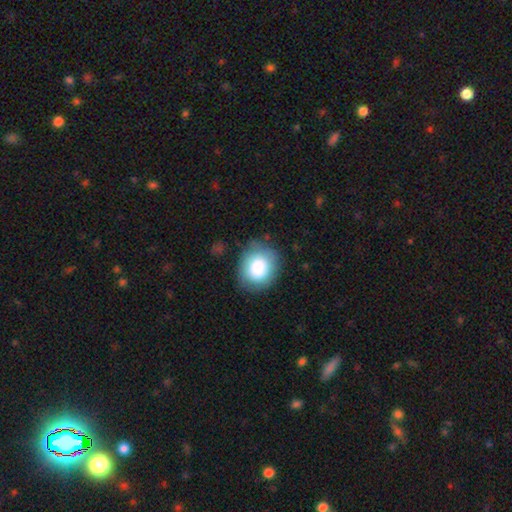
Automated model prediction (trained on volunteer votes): Overall: smooth (80%). How rounded: round (73%). Merging: none (80%).